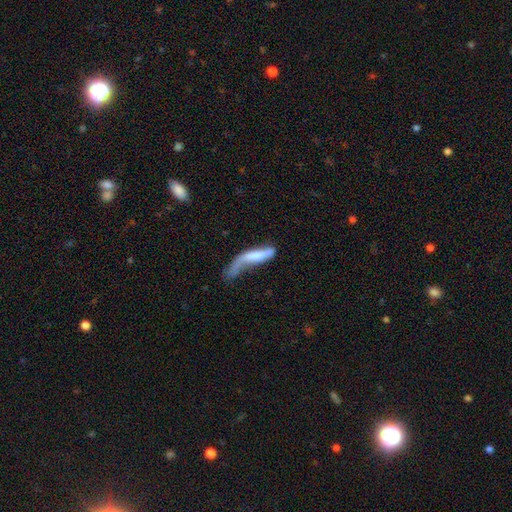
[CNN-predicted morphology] A smooth galaxy with no disk features (56%) that is cigar-shaped (74%). Merging: major disturbance (44%).